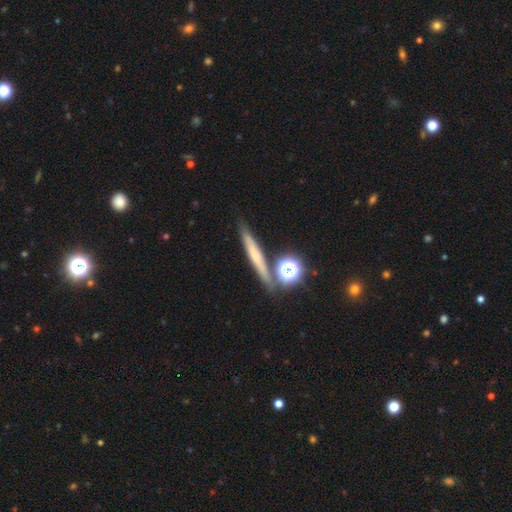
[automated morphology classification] smooth-or-featured: smooth: 46% | featured or disk: 37% | star or artifact: 17%
  merging: none: 79% | minor disturbance: 10% | merger: 8% | major disturbance: 3%